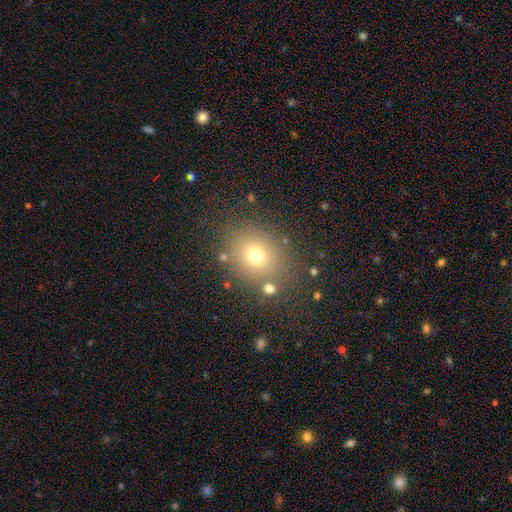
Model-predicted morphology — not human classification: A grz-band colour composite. It shows a smooth galaxy with no disk features (69%) that is round (63%). Merging: none (79%).